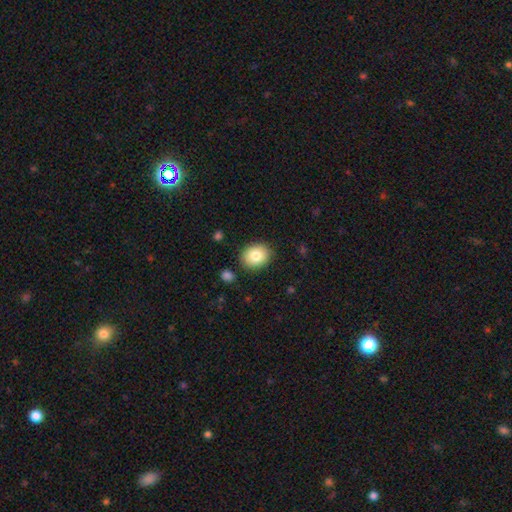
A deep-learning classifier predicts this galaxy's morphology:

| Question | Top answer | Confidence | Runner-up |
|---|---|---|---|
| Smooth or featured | smooth | 82% | featured or disk (9%) |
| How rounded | round | 55% | in between (44%) |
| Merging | none | 87% | minor disturbance (9%) |